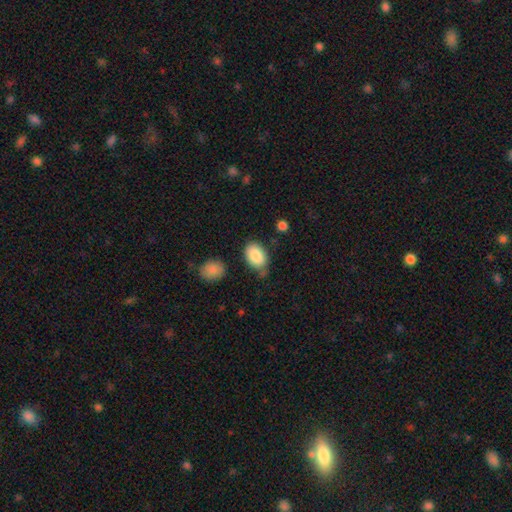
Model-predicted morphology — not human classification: Overall: smooth (87%). How rounded: in between (85%). Merging: none (67%).